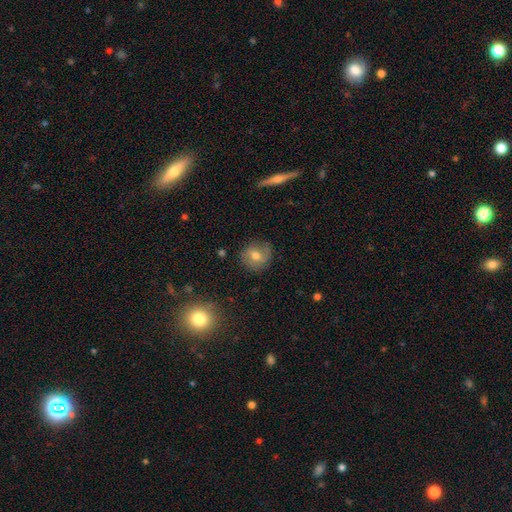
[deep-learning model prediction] Smooth or featured? smooth (60%)
How rounded? round (85%)
Merging? none (81%)